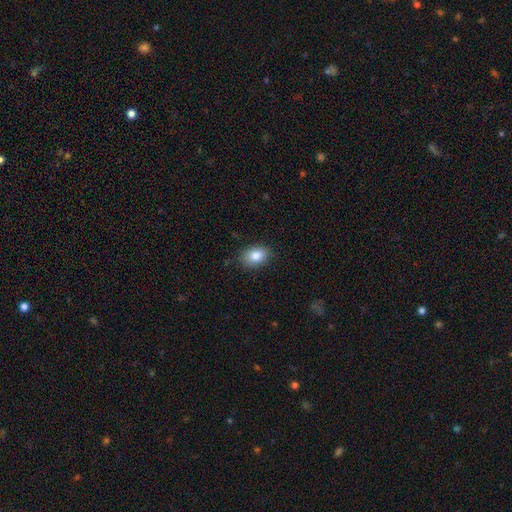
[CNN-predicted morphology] Smooth or featured? smooth (84%)
How rounded? in between (76%)
Merging? none (85%)